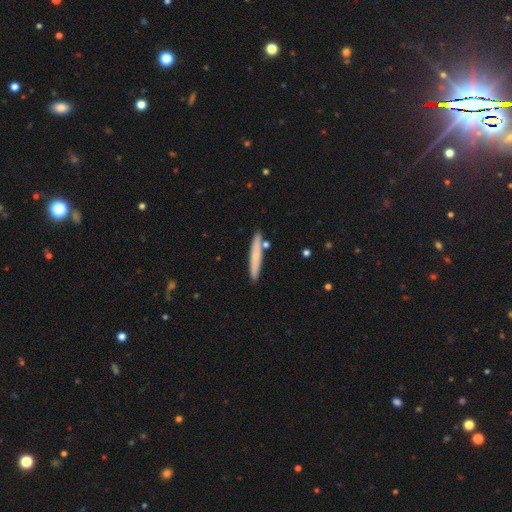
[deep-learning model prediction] smooth-or-featured: smooth: 66% | featured or disk: 28% | star or artifact: 6%
  how-rounded: cigar-shaped: 94% | in between: 4% | round: 1%
  merging: none: 85% | minor disturbance: 9% | merger: 4% | major disturbance: 2%